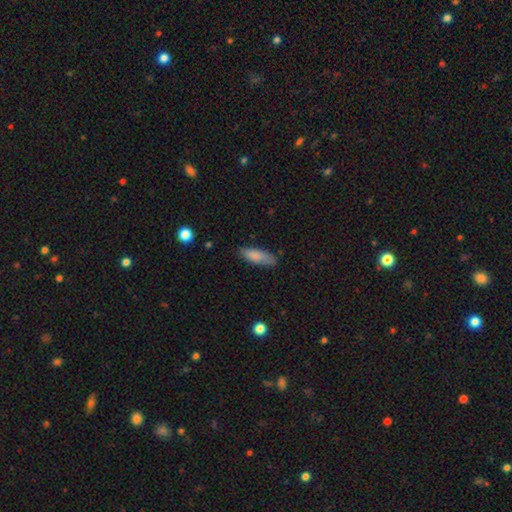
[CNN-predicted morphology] The model was most divided on "how rounded": in between: 57%, cigar-shaped: 41%, round: 2%. More confident: smooth or featured — smooth (83%); merging — none (77%).